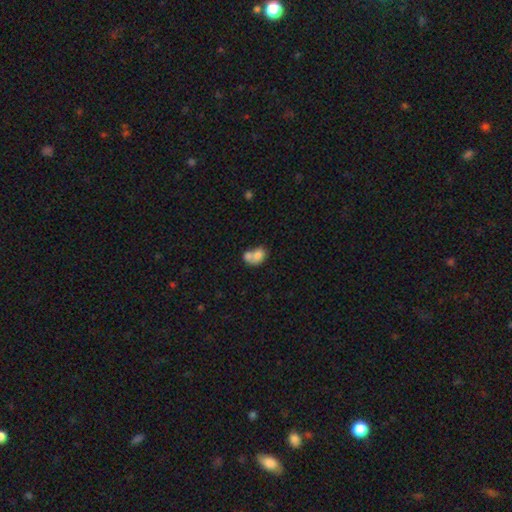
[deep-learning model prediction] Q: Smooth or featured?
A: smooth (71%); runner-up: featured or disk (20%)
Q: How rounded?
A: in between (63%); runner-up: round (36%)
Q: Merging?
A: merger (68%); runner-up: none (18%)